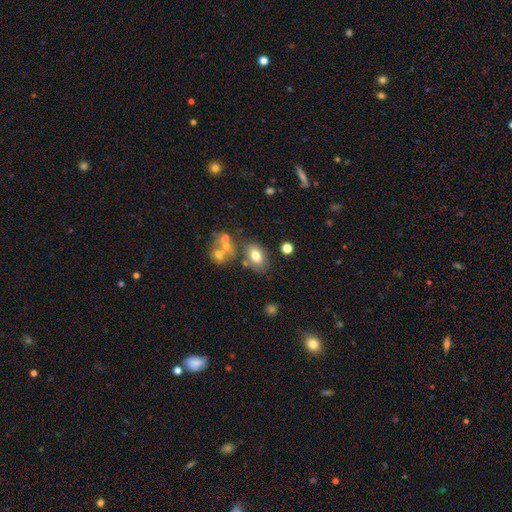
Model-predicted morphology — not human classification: A smooth galaxy with no disk features (73%) that is in between round and cigar-shaped (84%).

Vote fractions:
- Smooth or featured? smooth: 73% / featured or disk: 17% / star or artifact: 11%
- How rounded? in between: 84% / round: 14% / cigar-shaped: 1%
- Merging? none: 62% / minor disturbance: 16% / merger: 16% / major disturbance: 6%